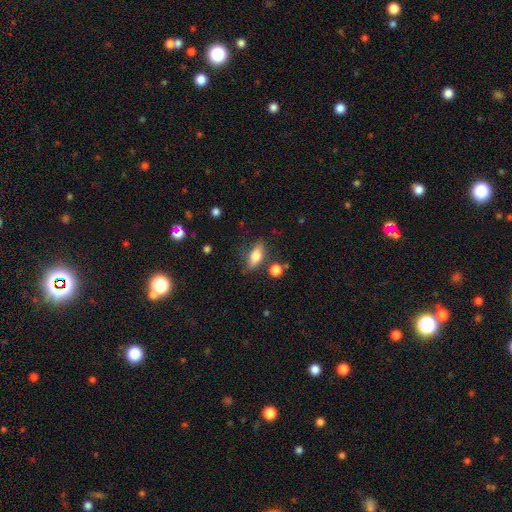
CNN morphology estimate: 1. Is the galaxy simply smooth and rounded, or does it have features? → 75% smooth, 17% featured or disk, 8% star or artifact.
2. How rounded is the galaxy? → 79% in between, 16% cigar-shaped, 5% round.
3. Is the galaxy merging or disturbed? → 73% none, 17% minor disturbance, 5% merger, 5% major disturbance.